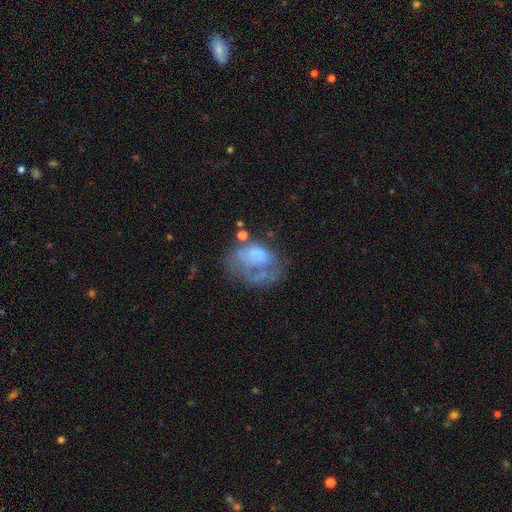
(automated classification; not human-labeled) This is possibly a featured or disk galaxy (52%). It is clearly not viewed edge-on (98%). Bar: clearly no (89%). Spiral arm pattern: clearly no (84%). Central bulge: likely none (65%). Merging: marginally major disturbance (38%).